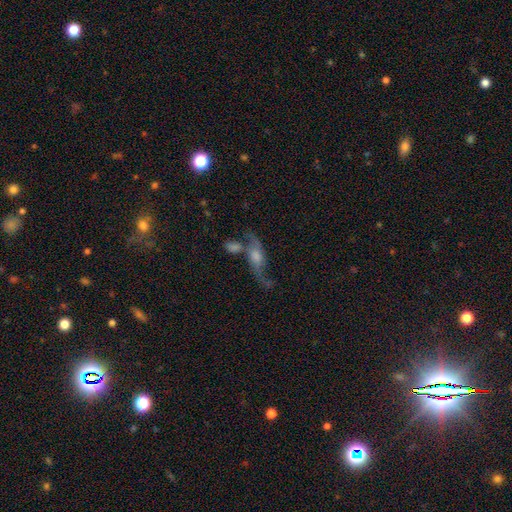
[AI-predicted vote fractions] Q: Smooth or featured?
A: featured or disk (75%); runner-up: smooth (16%)
Q: Edge-on disk?
A: no (82%); runner-up: yes (18%)
Q: Bar?
A: no (58%); runner-up: weak (33%)
Q: Spiral arms?
A: yes (91%); runner-up: no (9%)
Q: Spiral winding?
A: loose (84%); runner-up: medium (12%)
Q: Spiral arm count?
A: 2 (91%); runner-up: 1 (3%)
Q: Bulge size?
A: moderate (43%); runner-up: small (24%)
Q: Merging?
A: none (45%); runner-up: merger (26%)